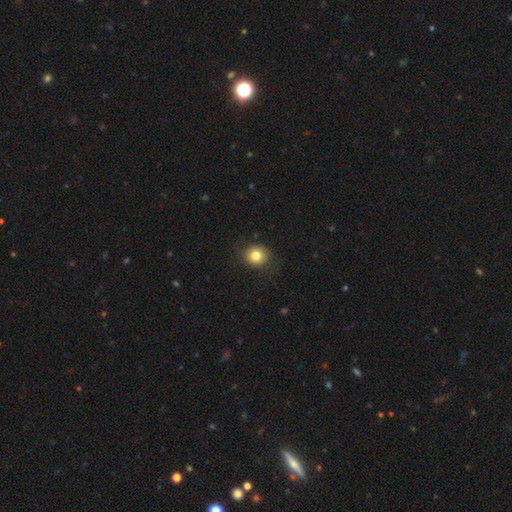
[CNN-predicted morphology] Smooth or featured: smooth — 82% (star or artifact — 10%)
How rounded: round — 81% (in between — 18%)
Merging: none — 82% (minor disturbance — 13%)